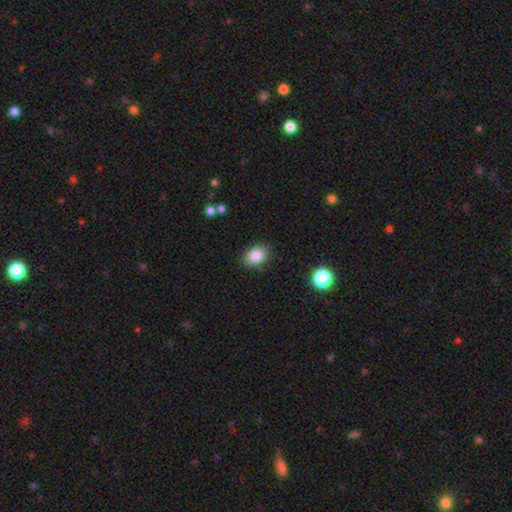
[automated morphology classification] Overall: smooth (84%). How rounded: in between (65%; round 34%). Merging: none (86%).